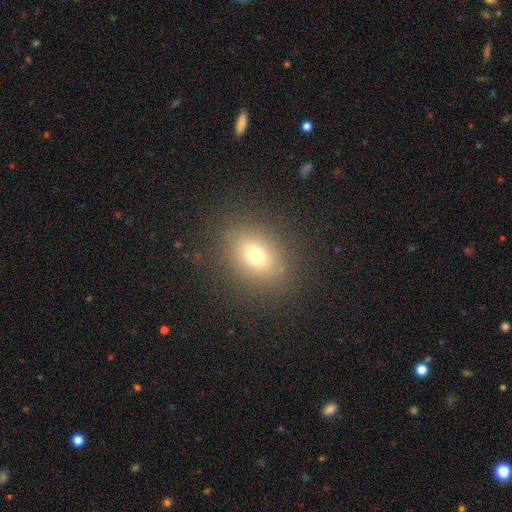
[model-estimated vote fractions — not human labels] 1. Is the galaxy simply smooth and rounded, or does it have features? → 71% smooth, 16% star or artifact, 13% featured or disk.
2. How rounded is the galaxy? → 61% in between, 37% round, 2% cigar-shaped.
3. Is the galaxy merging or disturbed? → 87% none, 8% minor disturbance, 4% major disturbance, 1% merger.